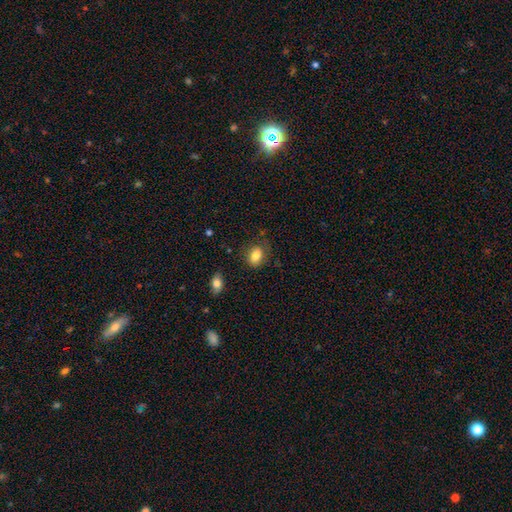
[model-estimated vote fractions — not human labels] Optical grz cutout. It shows a smooth galaxy with no disk features (82%) that is in between round and cigar-shaped (70%). Merging: none (74%).